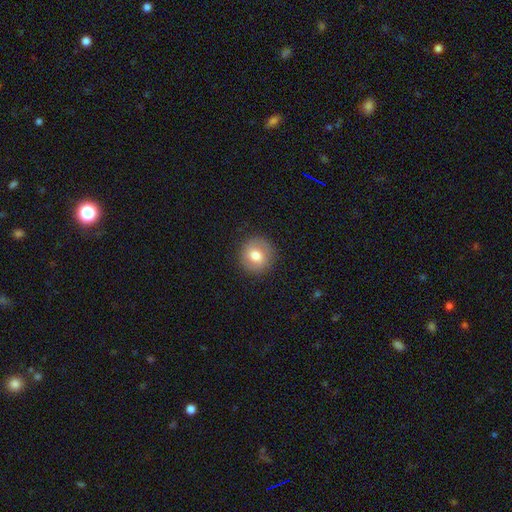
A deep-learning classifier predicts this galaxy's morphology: The model was most divided on "smooth or featured": smooth: 72%, featured or disk: 20%, star or artifact: 8%. More confident: how rounded — round (91%); merging — none (87%).